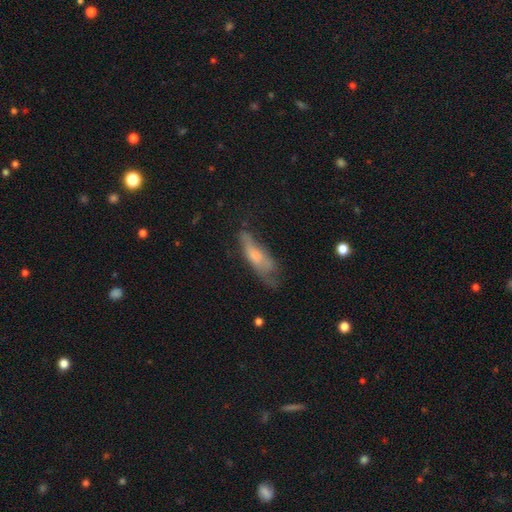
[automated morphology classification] Smooth or featured? smooth (59%)
How rounded? cigar-shaped (54%)
Merging? none (43%)